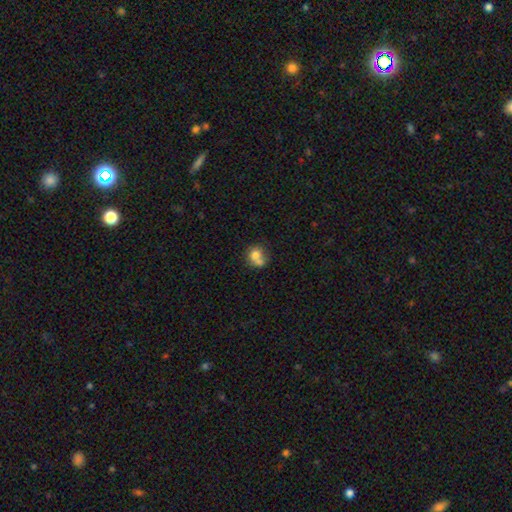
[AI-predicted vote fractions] smooth_or_featured: smooth (p=0.73) [alt: featured or disk p=0.17]
how_rounded: round (p=0.70) [alt: in between p=0.29]
merging: merger (p=0.49) [alt: none p=0.32]